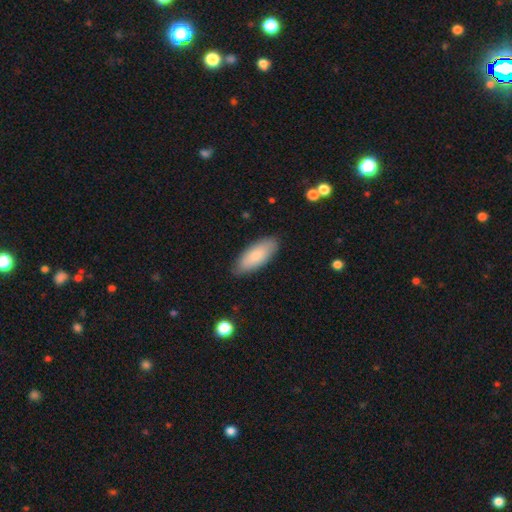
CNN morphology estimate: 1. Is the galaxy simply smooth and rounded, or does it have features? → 80% smooth, 15% featured or disk, 5% star or artifact.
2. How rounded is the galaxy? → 80% in between, 18% cigar-shaped, 2% round.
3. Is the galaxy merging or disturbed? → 84% none, 13% minor disturbance, 2% major disturbance, 1% merger.